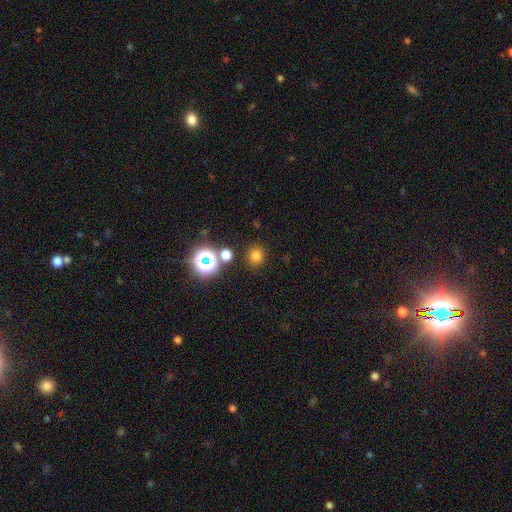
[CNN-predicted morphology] Smooth or featured? smooth (72%)
How rounded? round (90%)
Merging? none (86%)